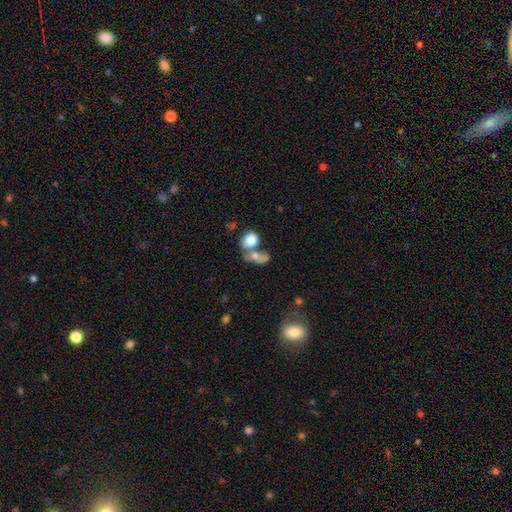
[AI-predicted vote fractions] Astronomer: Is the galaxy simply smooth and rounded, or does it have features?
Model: smooth — 68%.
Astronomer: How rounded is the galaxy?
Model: round — 52% (runner-up: in between, 45%).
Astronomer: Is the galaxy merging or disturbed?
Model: merger — 42% (runner-up: none, 38%).